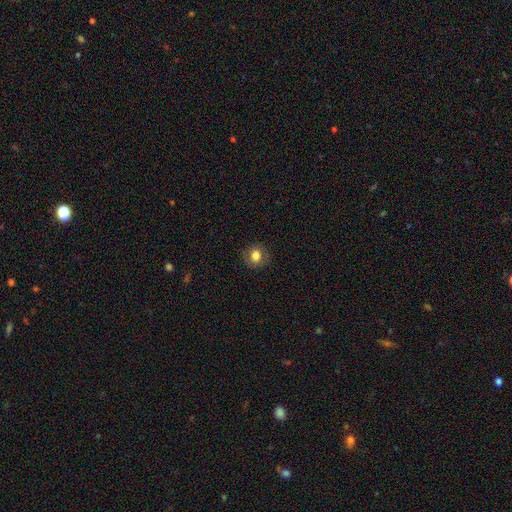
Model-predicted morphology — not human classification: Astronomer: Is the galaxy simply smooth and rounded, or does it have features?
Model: smooth — 76%.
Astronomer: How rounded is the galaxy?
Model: round — 72%.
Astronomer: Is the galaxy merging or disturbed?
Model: none — 84%.